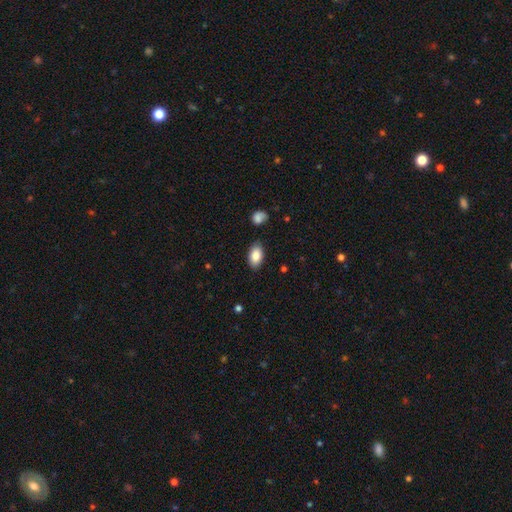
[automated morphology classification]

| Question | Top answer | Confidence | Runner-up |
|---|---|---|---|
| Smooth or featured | smooth | 85% | featured or disk (8%) |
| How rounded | in between | 93% | round (5%) |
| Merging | none | 85% | minor disturbance (11%) |